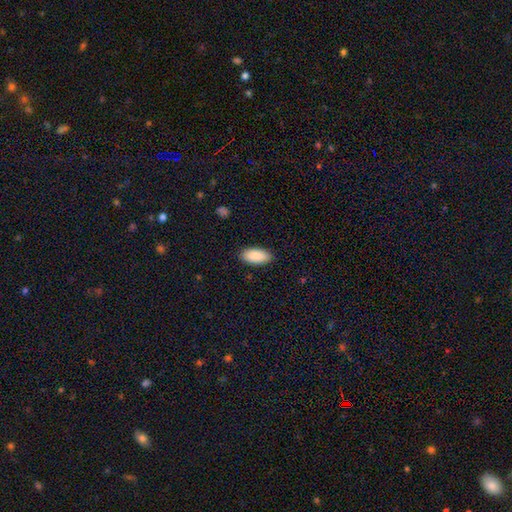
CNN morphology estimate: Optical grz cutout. It shows a smooth galaxy with no disk features (90%) that is in between round and cigar-shaped (92%). Merging: none (89%).